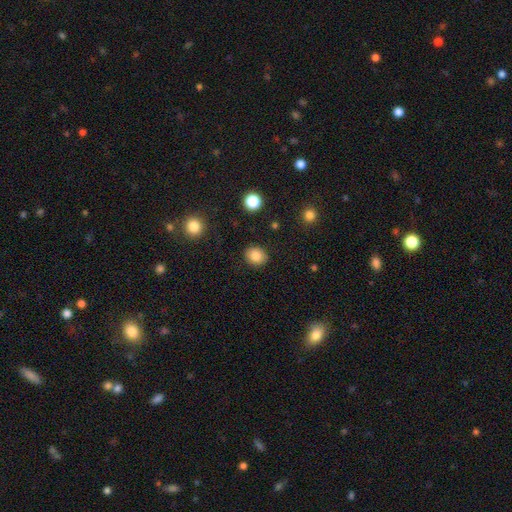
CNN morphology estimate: Smooth or featured? Predicted: smooth (p=0.84). How rounded? Predicted: round (p=0.67). Merging? Predicted: none (p=0.89).